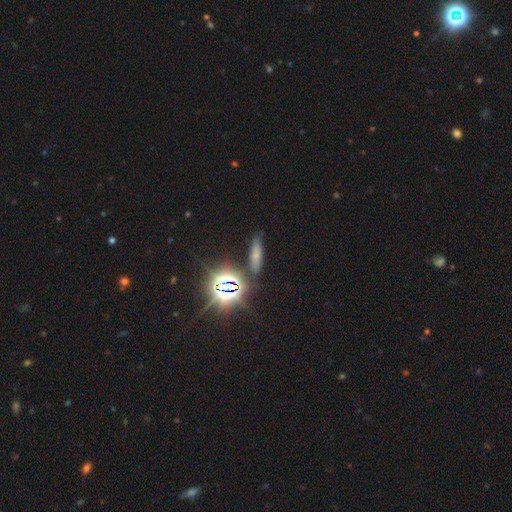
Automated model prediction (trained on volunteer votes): Smooth or featured?
  - smooth: 50% *
  - star or artifact: 35%
  - featured or disk: 16%
Merging?
  - none: 83% *
  - minor disturbance: 10%
  - merger: 4%
  - major disturbance: 3%